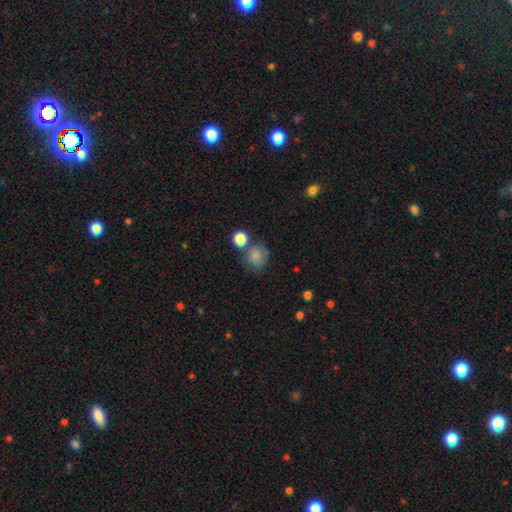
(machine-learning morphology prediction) This is clearly a smooth galaxy (82%). How rounded: clearly round (84%). Merging: likely none (61%).